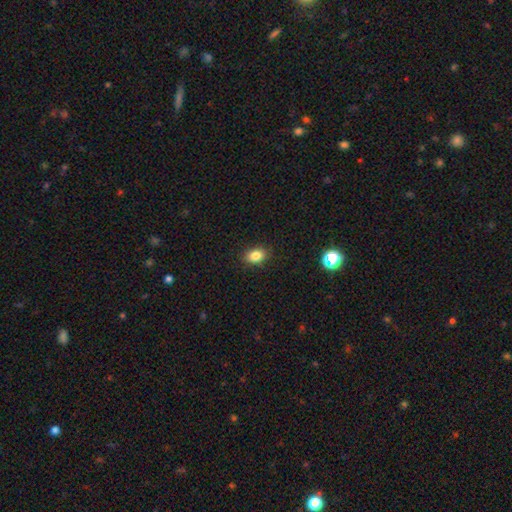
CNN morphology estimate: smooth 84%, star or artifact 11%, featured or disk 6%. Down the decision tree: how rounded — in between (77%); merging — none (88%).